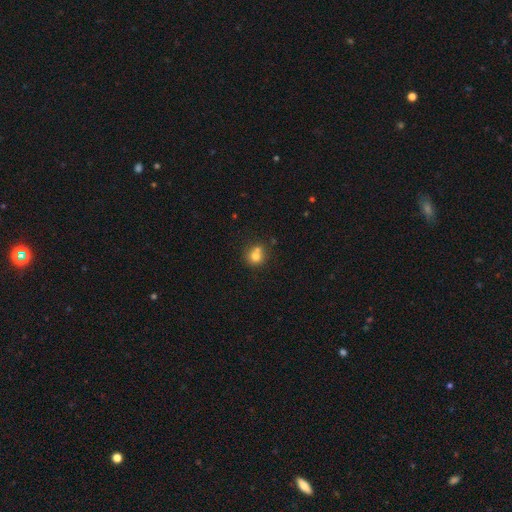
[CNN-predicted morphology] Smooth or featured?
  - smooth: 74% *
  - featured or disk: 14%
  - star or artifact: 12%
How rounded?
  - round: 85% *
  - in between: 14%
  - cigar-shaped: 1%
Merging?
  - none: 50% *
  - merger: 37%
  - minor disturbance: 10%
  - major disturbance: 3%